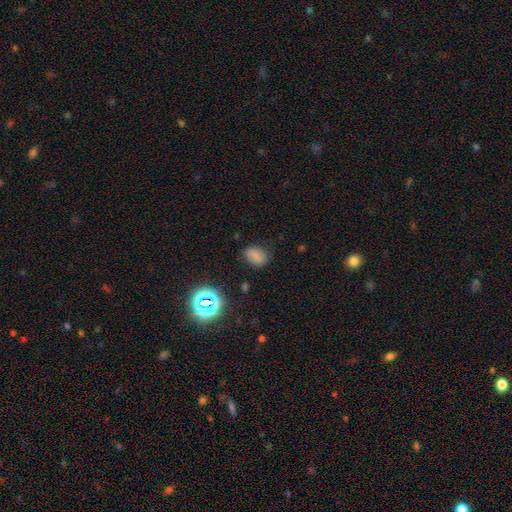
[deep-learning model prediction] Overall: smooth (71%). How rounded: in between (78%). Merging: none (73%).